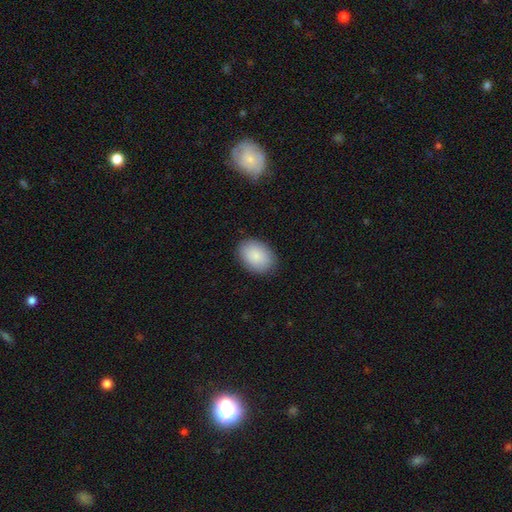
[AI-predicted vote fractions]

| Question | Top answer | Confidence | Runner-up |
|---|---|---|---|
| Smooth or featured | smooth | 88% | star or artifact (6%) |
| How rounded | in between | 81% | round (18%) |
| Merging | none | 87% | minor disturbance (9%) |